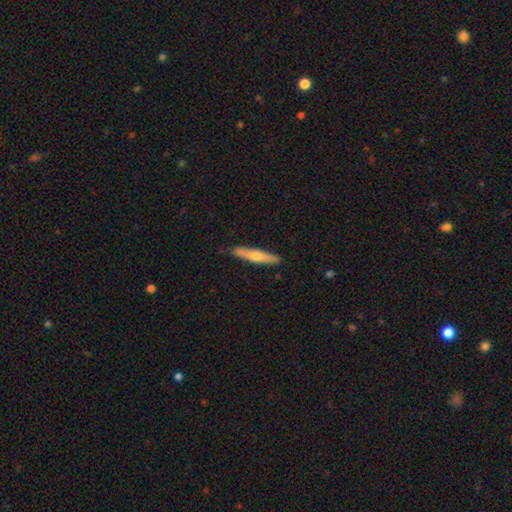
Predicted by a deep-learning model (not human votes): A featured or disk galaxy (49%).

Vote fractions:
- Smooth or featured? featured or disk: 49% / smooth: 45% / star or artifact: 6%
- Merging? none: 90% / minor disturbance: 8% / major disturbance: 1% / merger: 1%